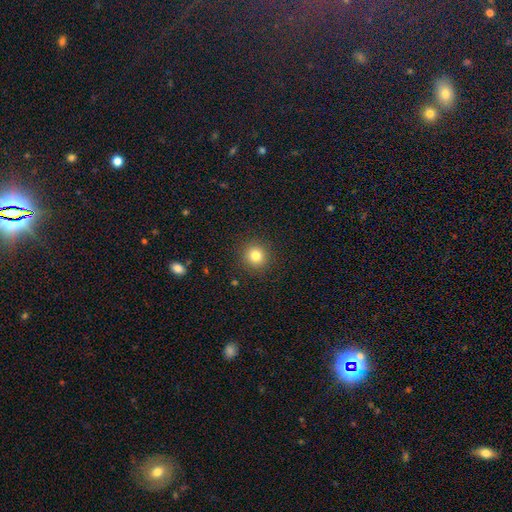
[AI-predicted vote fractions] This appears to be a smooth galaxy with no disk features (81%) that is round (93%). Merging: none (90%).